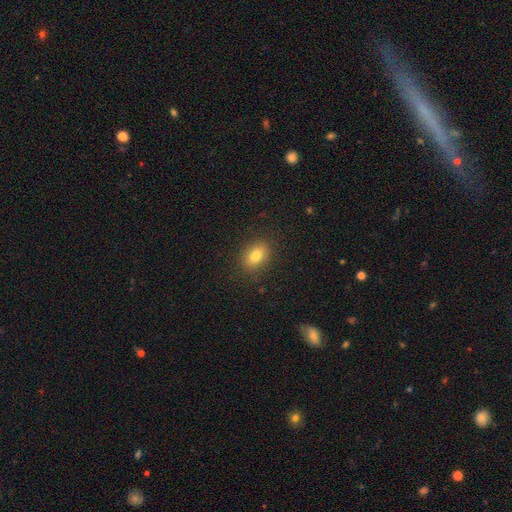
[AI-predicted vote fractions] This appears to be a smooth galaxy with no disk features (80%) that is in between round and cigar-shaped (74%). Merging: none (86%).